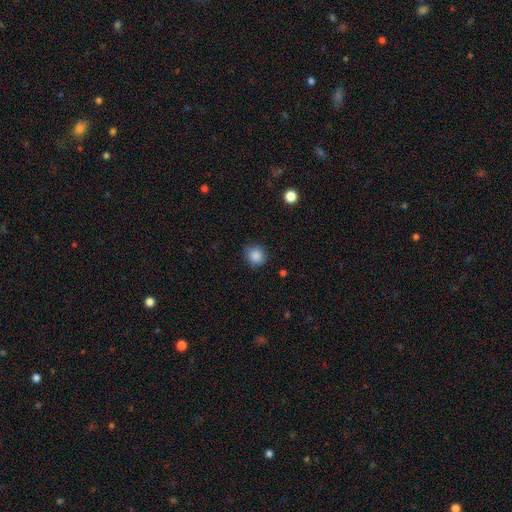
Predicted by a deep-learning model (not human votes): Smooth or featured? Predicted: smooth (p=0.87). How rounded? Predicted: round (p=0.91). Merging? Predicted: none (p=0.84).